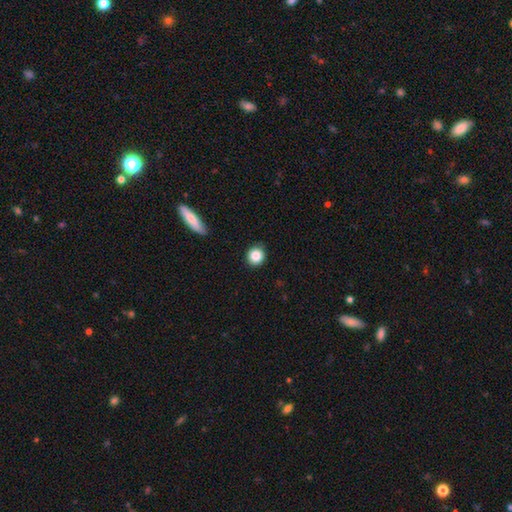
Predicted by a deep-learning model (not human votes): Smooth or featured? Predicted: smooth (p=0.86). How rounded? Predicted: round (p=0.90). Merging? Predicted: none (p=0.87).